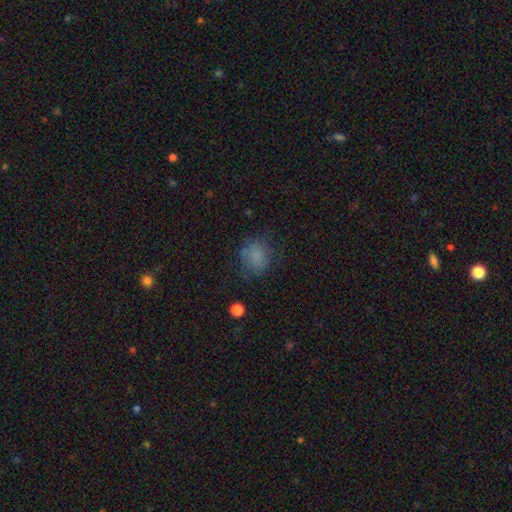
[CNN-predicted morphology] Smooth or featured? Predicted: smooth (p=0.74). How rounded? Predicted: round (p=0.67). Merging? Predicted: none (p=0.64).